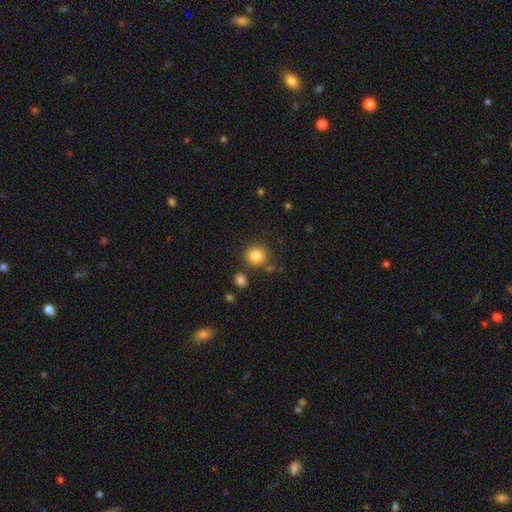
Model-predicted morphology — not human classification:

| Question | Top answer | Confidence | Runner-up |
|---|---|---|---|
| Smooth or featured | smooth | 85% | star or artifact (10%) |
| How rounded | round | 88% | in between (11%) |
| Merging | none | 81% | minor disturbance (9%) |